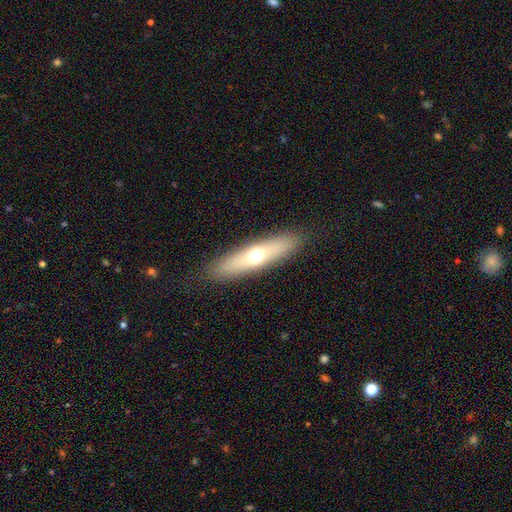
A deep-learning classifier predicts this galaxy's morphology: A smooth galaxy with no disk features (52%) that is cigar-shaped (71%).

Vote fractions:
- Smooth or featured? smooth: 52% / featured or disk: 42% / star or artifact: 7%
- How rounded? cigar-shaped: 71% / in between: 27% / round: 2%
- Merging? none: 87% / minor disturbance: 9% / major disturbance: 2% / merger: 1%